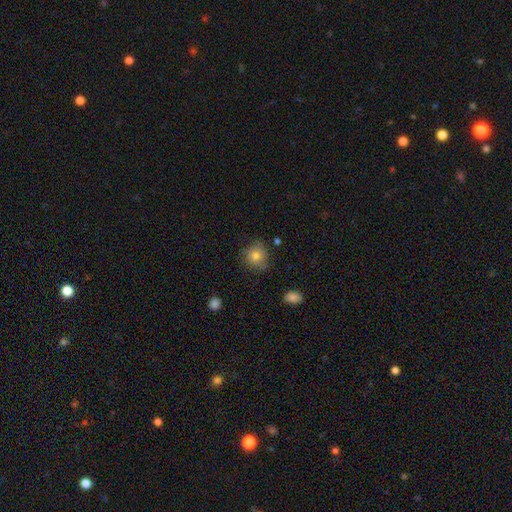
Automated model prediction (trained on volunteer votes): smooth 76%, featured or disk 14%, star or artifact 10%. Down the decision tree: how rounded — round (85%); merging — none (74%).